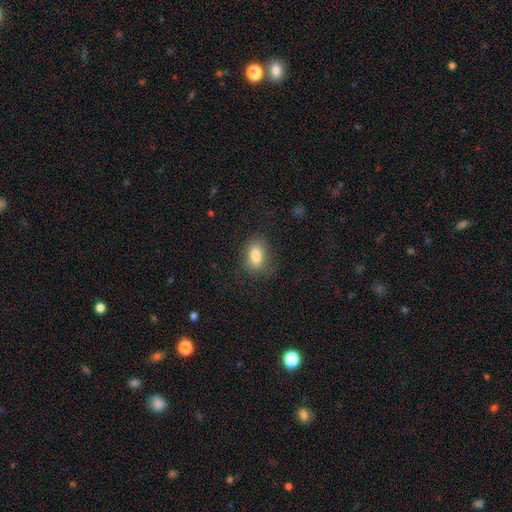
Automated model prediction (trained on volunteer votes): Smooth or featured: smooth — 82% (star or artifact — 9%)
How rounded: in between — 83% (round — 13%)
Merging: none — 76% (minor disturbance — 16%)